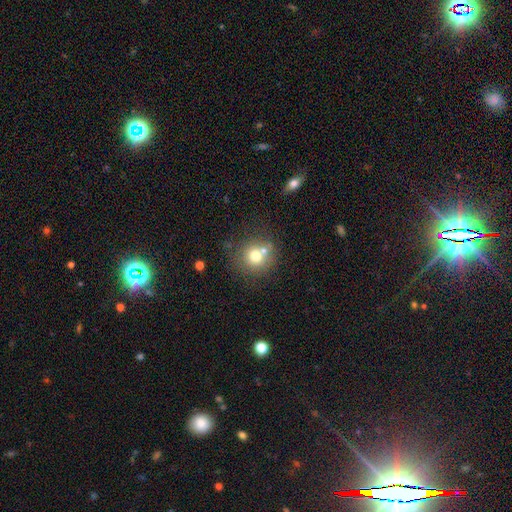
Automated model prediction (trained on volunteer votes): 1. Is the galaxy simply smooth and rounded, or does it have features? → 71% smooth, 16% featured or disk, 13% star or artifact.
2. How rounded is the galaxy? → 89% round, 10% in between, 1% cigar-shaped.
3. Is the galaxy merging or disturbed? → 60% none, 25% merger, 11% minor disturbance, 4% major disturbance.